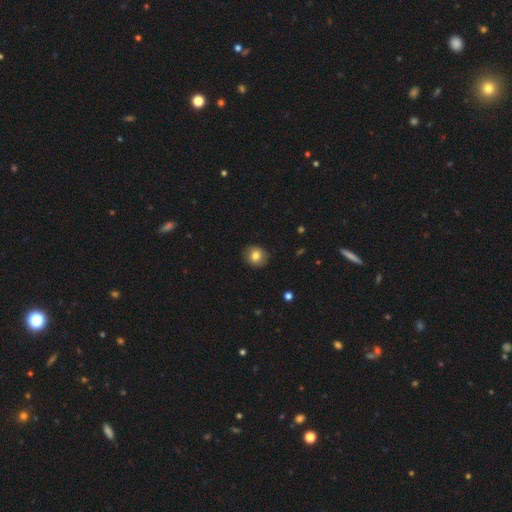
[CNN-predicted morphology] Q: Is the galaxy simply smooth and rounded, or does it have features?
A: smooth — 81%.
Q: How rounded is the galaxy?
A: round — 82%.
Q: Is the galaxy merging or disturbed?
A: none — 87%.